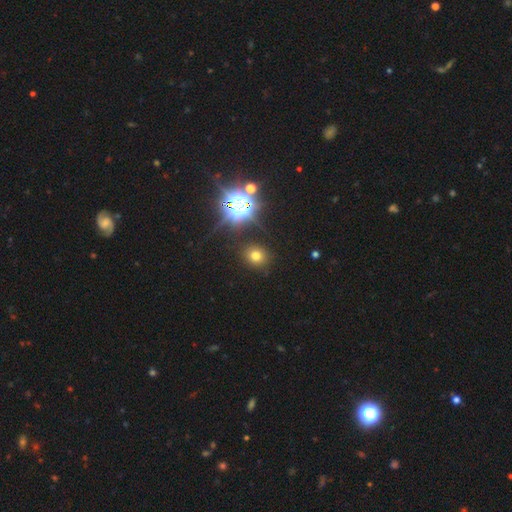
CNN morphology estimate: Overall: smooth (66%). How rounded: round (82%). Merging: none (88%).